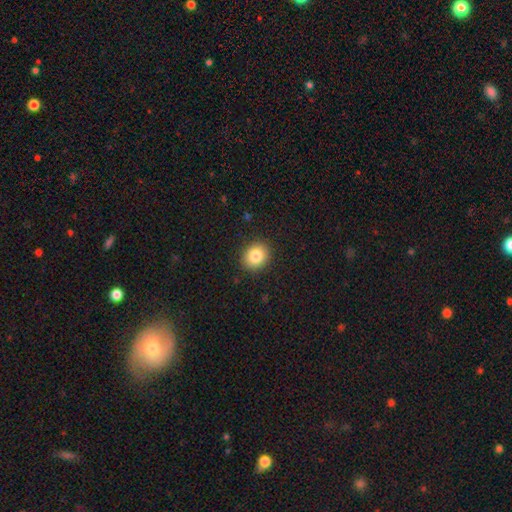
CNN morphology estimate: Smooth or featured? smooth (83%)
How rounded? round (71%)
Merging? none (90%)